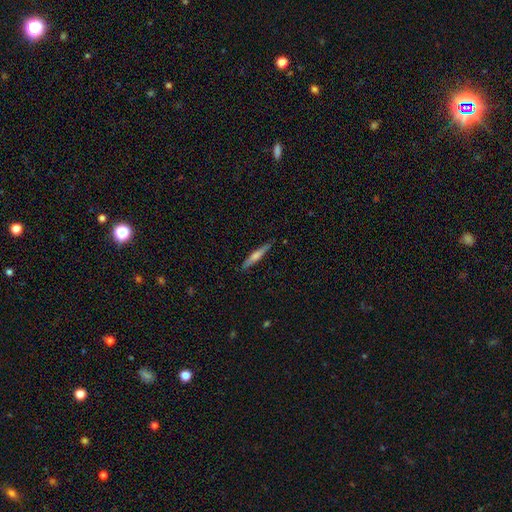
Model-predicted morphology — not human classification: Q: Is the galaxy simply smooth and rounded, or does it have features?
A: featured or disk — 59%.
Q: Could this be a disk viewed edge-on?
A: yes — 97%.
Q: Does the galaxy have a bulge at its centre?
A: rounded — 73%.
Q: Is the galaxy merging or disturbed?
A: none — 90%.